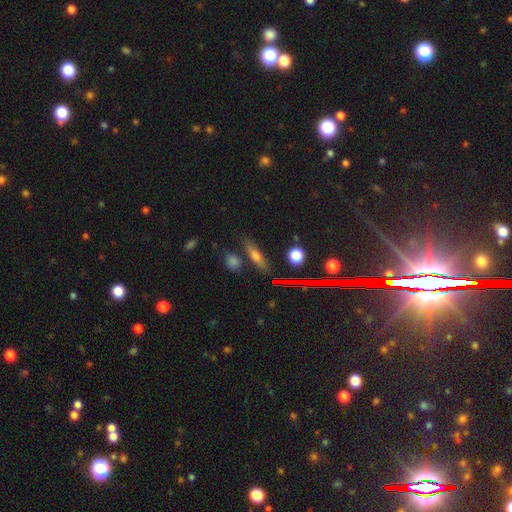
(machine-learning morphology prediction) A smooth galaxy with no disk features (56%) that is cigar-shaped (66%).

Vote fractions:
- Smooth or featured? smooth: 56% / featured or disk: 30% / star or artifact: 14%
- How rounded? cigar-shaped: 66% / in between: 27% / round: 7%
- Merging? none: 80% / minor disturbance: 11% / merger: 5% / major disturbance: 3%